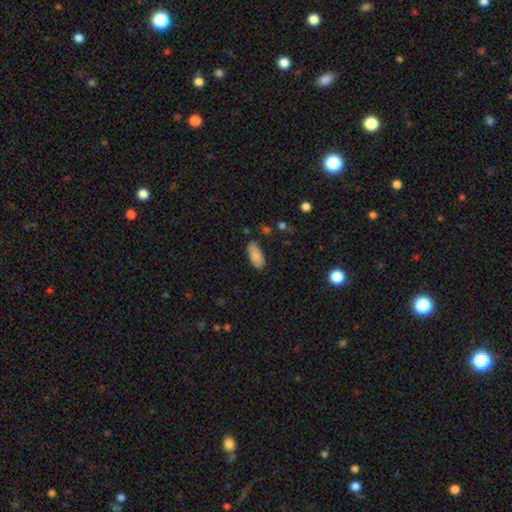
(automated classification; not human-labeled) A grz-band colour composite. It shows a smooth galaxy with no disk features (87%) that is in between round and cigar-shaped (89%). Merging: none (82%).